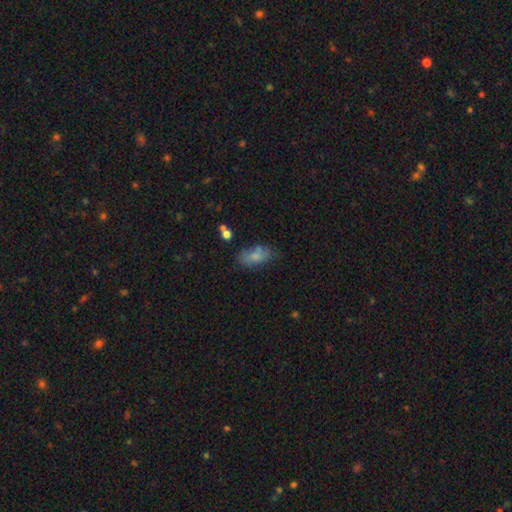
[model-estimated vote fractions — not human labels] Morphology: type=smooth (78%); roundness=in between (89%); merging=none (62%).